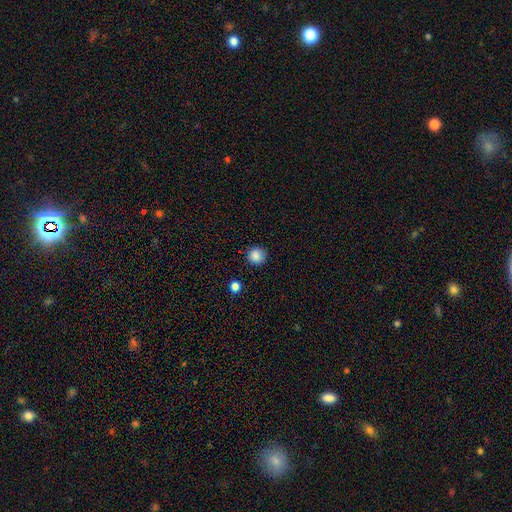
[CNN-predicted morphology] Smooth or featured? smooth (86%)
How rounded? round (92%)
Merging? none (89%)